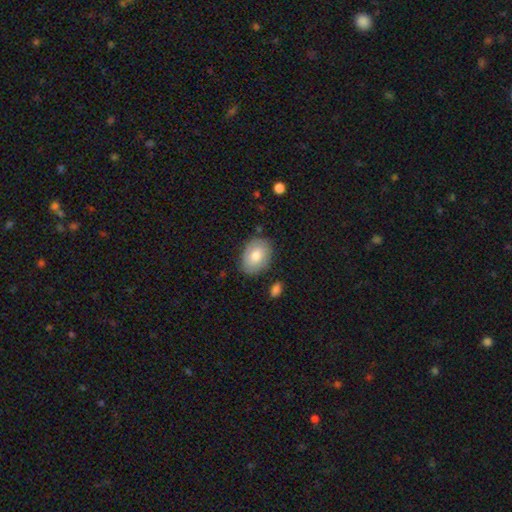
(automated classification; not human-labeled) The model was most divided on "how rounded": in between: 74%, round: 25%, cigar-shaped: 1%. More confident: merging — none (81%); smooth or featured — smooth (74%).